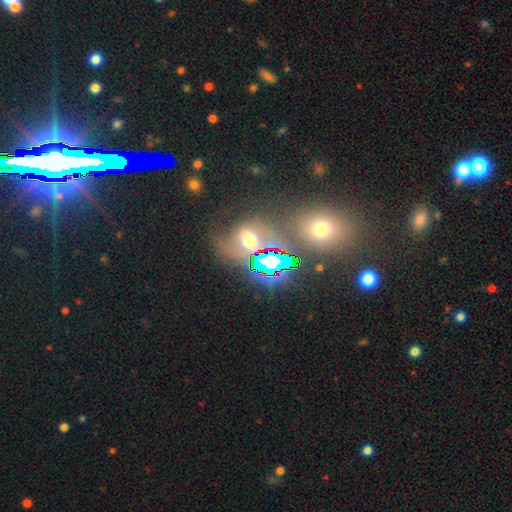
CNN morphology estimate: This appears to be a star or artifact, not a galaxy (62%).